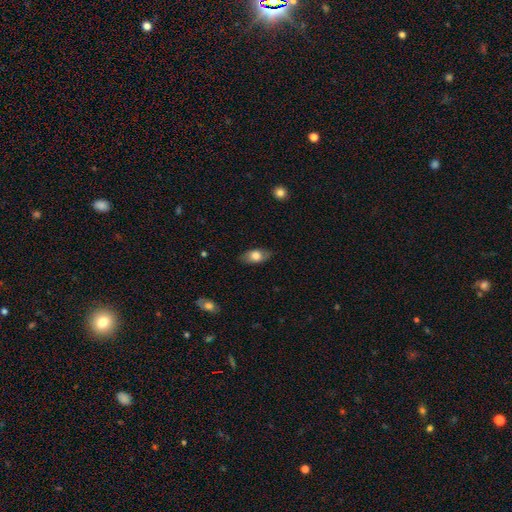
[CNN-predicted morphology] smooth-or-featured: smooth: 72% | featured or disk: 21% | star or artifact: 7%
  how-rounded: in between: 89% | round: 6% | cigar-shaped: 5%
  merging: none: 82% | minor disturbance: 14% | major disturbance: 3% | merger: 1%